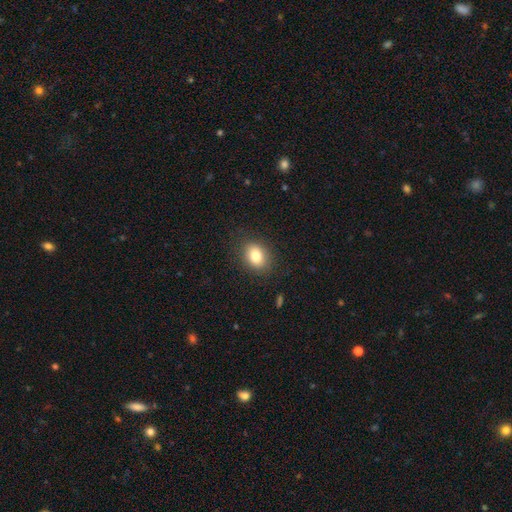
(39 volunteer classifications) A smooth galaxy with no disk features (92%) that is in between round and cigar-shaped (78%).

Vote fractions:
- Smooth or featured? smooth: 92% / star or artifact: 5% / featured or disk: 3%
- How rounded? in between: 78% / round: 22% / cigar-shaped: 0%
- Merging? none: 81% / minor disturbance: 11% / major disturbance: 8% / merger: 0%